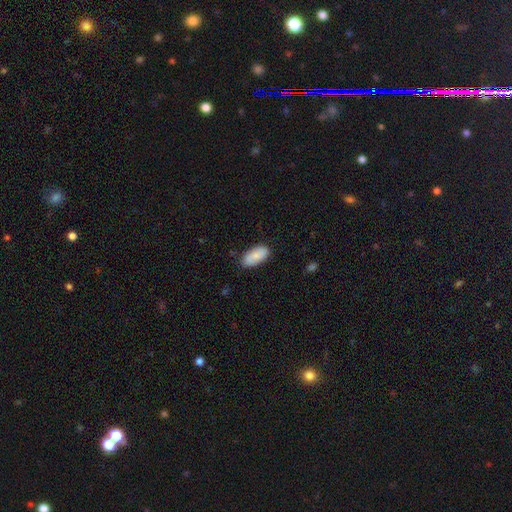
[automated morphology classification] smooth-or-featured: smooth: 80% | featured or disk: 15% | star or artifact: 6%
  how-rounded: in between: 93% | cigar-shaped: 5% | round: 2%
  merging: none: 82% | minor disturbance: 14% | major disturbance: 2% | merger: 1%